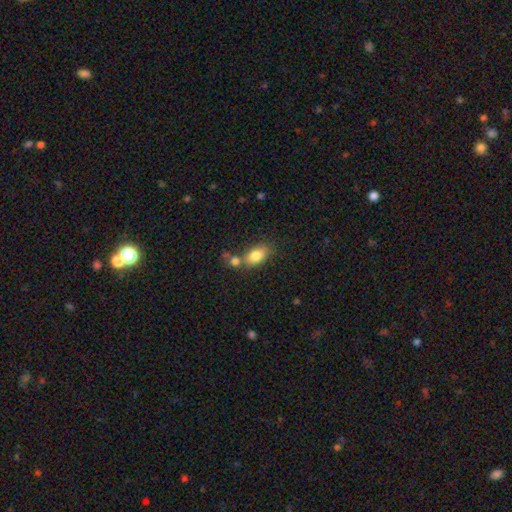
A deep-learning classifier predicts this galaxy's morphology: A smooth galaxy with no disk features (81%) that is in between round and cigar-shaped (85%). Merging: none (54%).